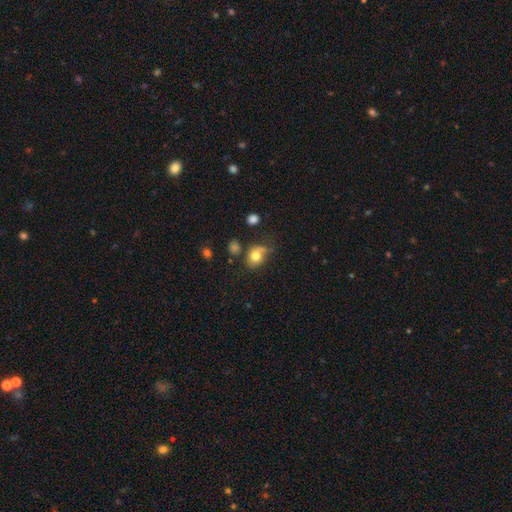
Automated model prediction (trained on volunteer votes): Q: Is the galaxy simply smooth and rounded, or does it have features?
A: smooth — 76%.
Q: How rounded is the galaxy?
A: round — 52%.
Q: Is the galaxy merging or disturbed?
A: none — 44%.